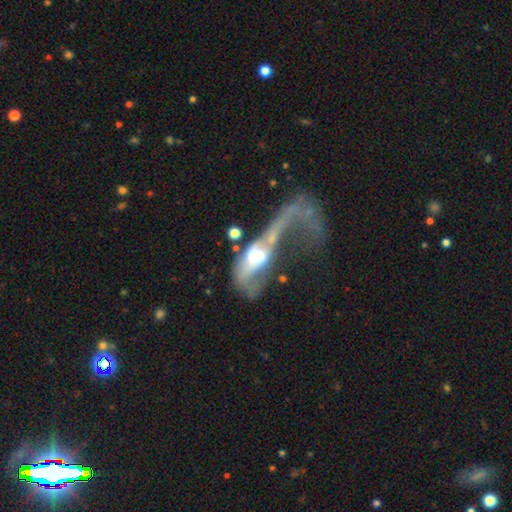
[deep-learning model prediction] Morphology: type=featured or disk (56%); edge-on=no (83%); merging=major disturbance (59%).